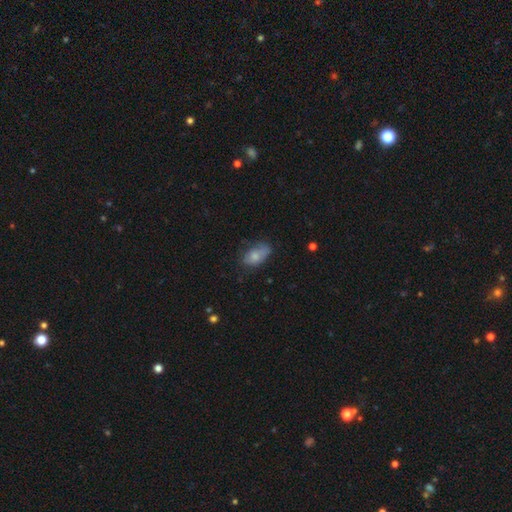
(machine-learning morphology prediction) Smooth or featured? Predicted: smooth (p=0.71). How rounded? Predicted: in between (p=0.89). Merging? Predicted: none (p=0.49).